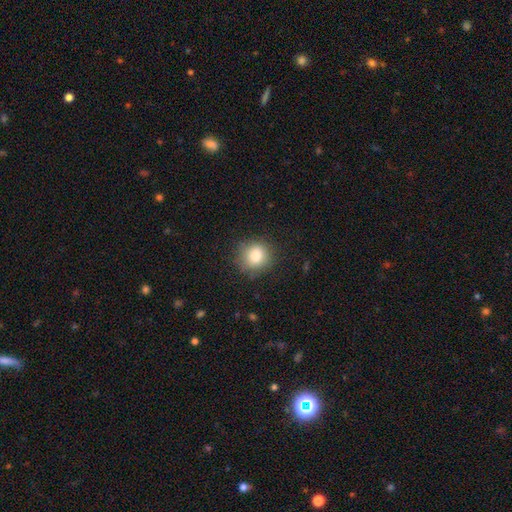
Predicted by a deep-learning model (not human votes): Overall: smooth (81%). How rounded: round (89%). Merging: none (85%).